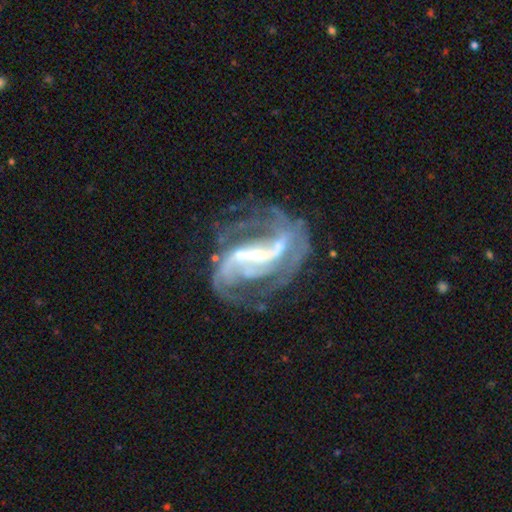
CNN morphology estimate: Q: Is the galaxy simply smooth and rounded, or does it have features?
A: featured or disk — 91%.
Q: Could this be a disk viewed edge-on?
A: no — 97%.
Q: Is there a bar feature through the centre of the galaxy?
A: strong — 68%.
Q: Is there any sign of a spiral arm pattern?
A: yes — 96%.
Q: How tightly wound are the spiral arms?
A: medium — 49%.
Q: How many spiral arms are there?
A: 2 — 72%.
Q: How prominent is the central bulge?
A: small — 71%.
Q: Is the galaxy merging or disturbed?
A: none — 56%.